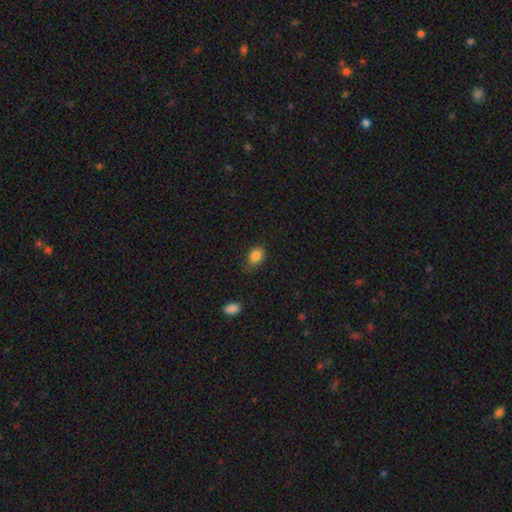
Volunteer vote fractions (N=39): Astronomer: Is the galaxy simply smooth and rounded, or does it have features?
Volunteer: smooth — 90%.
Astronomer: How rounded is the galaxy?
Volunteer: in between — 91%.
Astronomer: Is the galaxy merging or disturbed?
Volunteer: none — 83%.